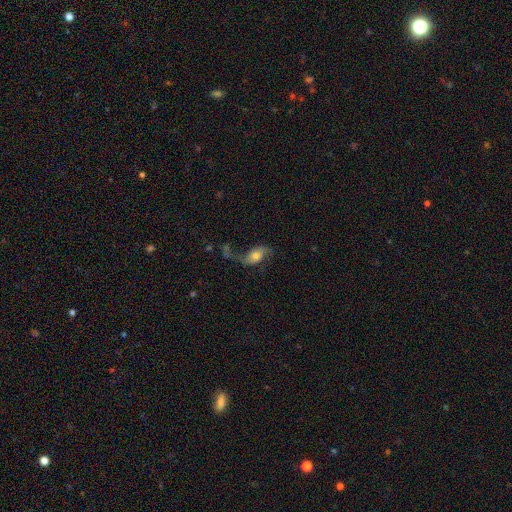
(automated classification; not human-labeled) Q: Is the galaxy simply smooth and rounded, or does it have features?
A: featured or disk — 69%.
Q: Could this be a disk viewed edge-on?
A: no — 95%.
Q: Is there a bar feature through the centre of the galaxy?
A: no — 59%.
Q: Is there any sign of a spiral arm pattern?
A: yes — 90%.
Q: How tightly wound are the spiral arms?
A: loose — 85%.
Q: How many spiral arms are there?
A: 2 — 85%.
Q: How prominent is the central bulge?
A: moderate — 47%.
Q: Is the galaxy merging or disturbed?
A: none — 46%.